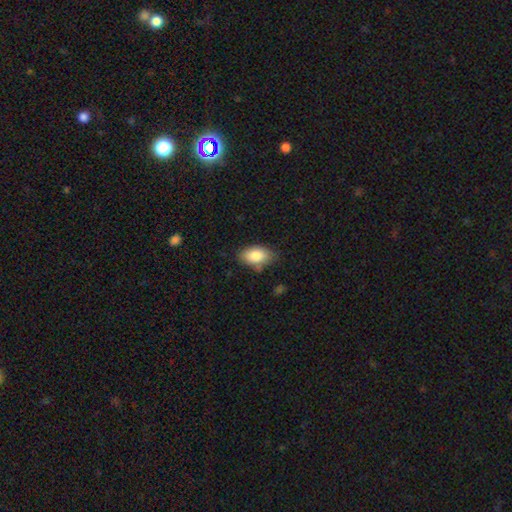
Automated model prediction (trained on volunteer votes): Smooth or featured? smooth (84%)
How rounded? in between (92%)
Merging? none (74%)